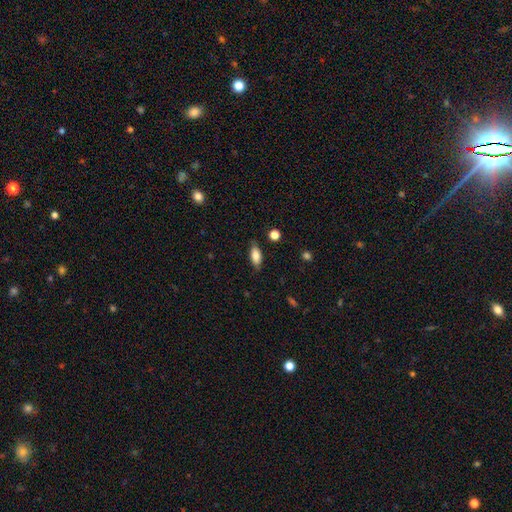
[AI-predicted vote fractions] Smooth or featured? Predicted: smooth (p=0.82). How rounded? Predicted: in between (p=0.85). Merging? Predicted: none (p=0.80).